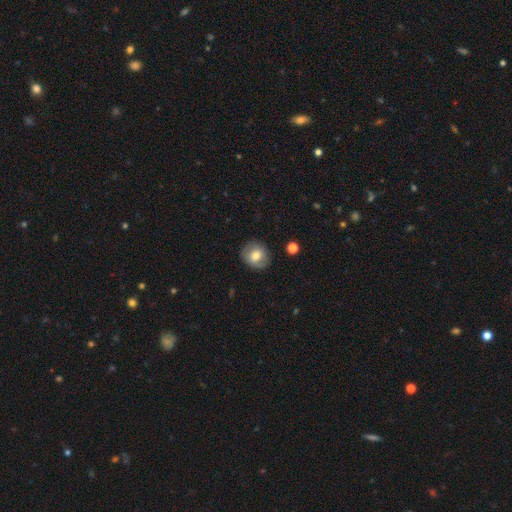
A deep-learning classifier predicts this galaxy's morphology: Q: Smooth or featured?
A: smooth (66%); runner-up: featured or disk (26%)
Q: How rounded?
A: round (78%); runner-up: in between (21%)
Q: Merging?
A: none (82%); runner-up: minor disturbance (13%)